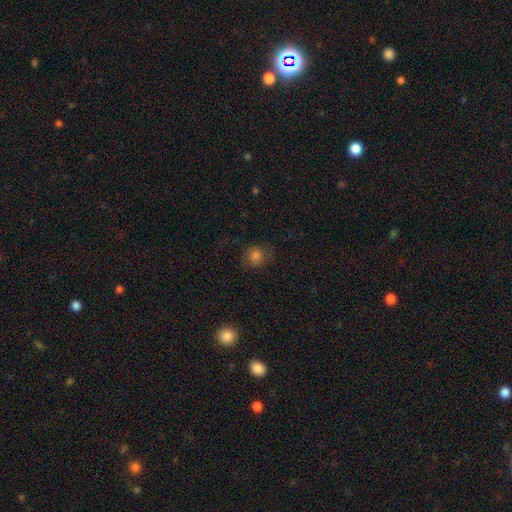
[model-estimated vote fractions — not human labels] Smooth or featured?
  - smooth: 78% *
  - star or artifact: 13%
  - featured or disk: 9%
How rounded?
  - round: 84% *
  - in between: 15%
  - cigar-shaped: 1%
Merging?
  - none: 74% *
  - minor disturbance: 17%
  - major disturbance: 8%
  - merger: 1%